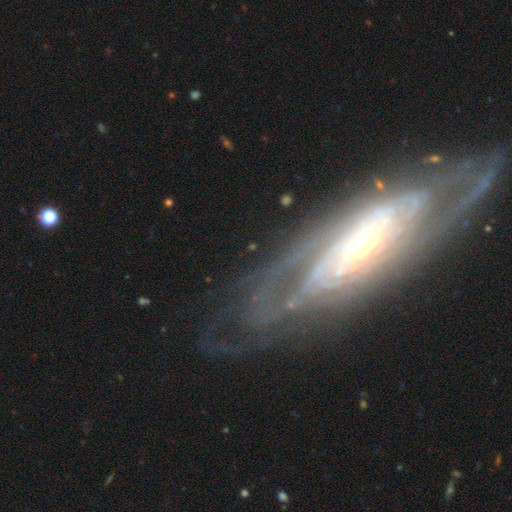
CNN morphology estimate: Overall: featured or disk (84%). Edge-on disk: no (84%). Bar: no (59%; weak 24%). Spiral arms: yes (90%). Spiral arm count: can't tell (47%; 2 25%). Spiral winding: tight (68%). Bulge size: small (70%). Merging: none (76%).